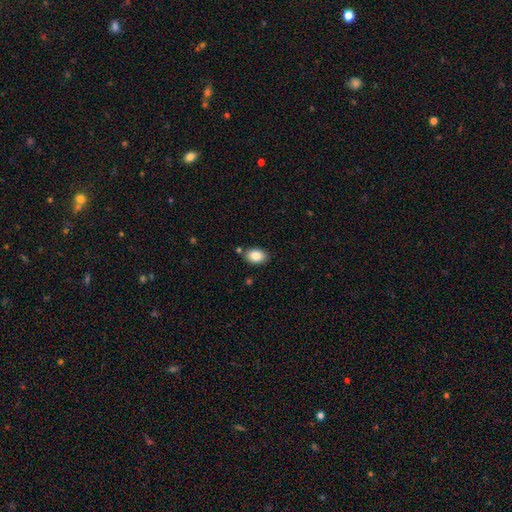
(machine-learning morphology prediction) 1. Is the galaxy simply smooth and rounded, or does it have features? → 85% smooth, 8% star or artifact, 7% featured or disk.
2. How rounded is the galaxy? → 85% in between, 14% round, 1% cigar-shaped.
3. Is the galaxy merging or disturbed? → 82% none, 11% minor disturbance, 5% merger, 2% major disturbance.